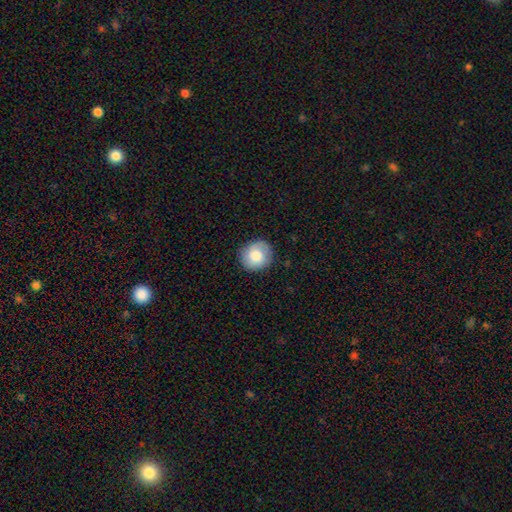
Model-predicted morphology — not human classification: Smooth or featured: smooth — 73% (featured or disk — 20%)
How rounded: round — 83% (in between — 16%)
Merging: none — 83% (minor disturbance — 13%)